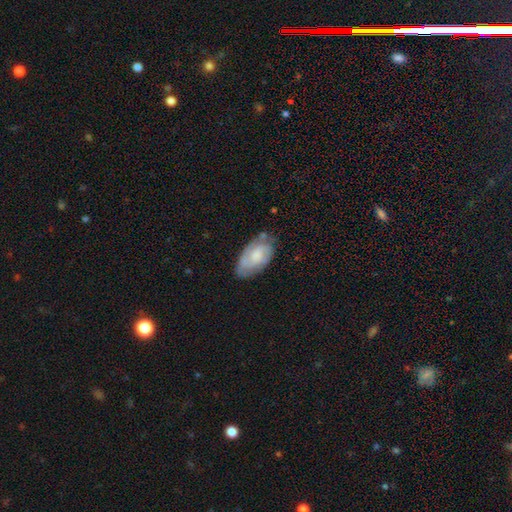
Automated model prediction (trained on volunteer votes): Smooth or featured: featured or disk — 61% (smooth — 33%)
Edge-on disk: no — 95% (yes — 5%)
Bar: no — 65% (weak — 30%)
Spiral arms: yes — 87% (no — 13%)
Spiral winding: tight — 51% (medium — 38%)
Spiral arm count: 2 — 50% (can't tell — 29%)
Bulge size: moderate — 32% (small — 28%)
Merging: none — 66% (minor disturbance — 24%)